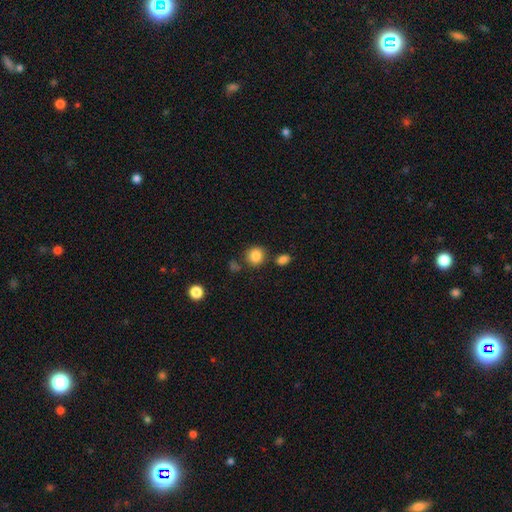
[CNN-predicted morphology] Smooth or featured? smooth (85%)
How rounded? round (87%)
Merging? none (79%)